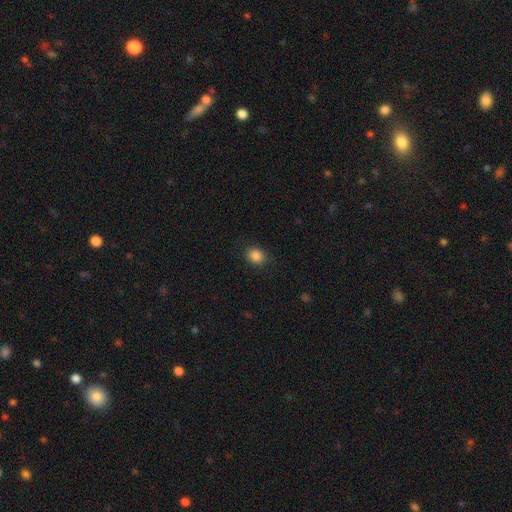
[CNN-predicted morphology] The model was most divided on "how rounded": round: 53%, in between: 46%, cigar-shaped: 1%. More confident: merging — none (88%); smooth or featured — smooth (86%).